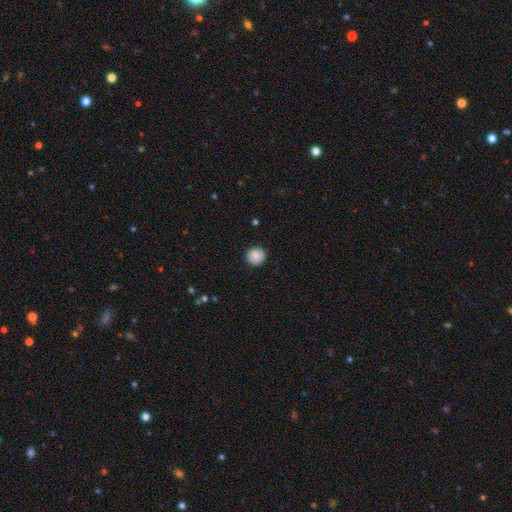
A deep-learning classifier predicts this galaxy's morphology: Overall: smooth (81%). How rounded: round (92%). Merging: none (88%).